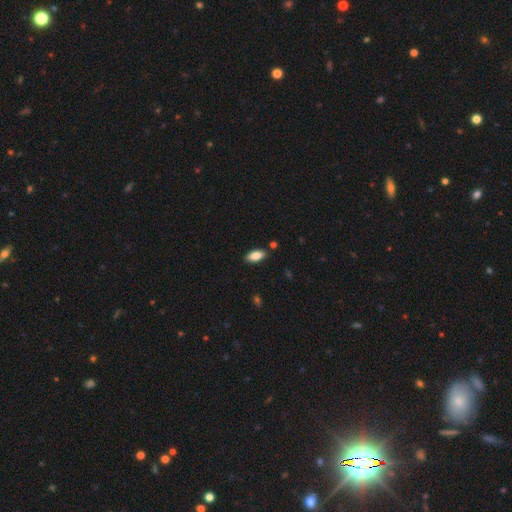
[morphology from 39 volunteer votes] Overall: smooth (82%). How rounded: in between (94%). Merging: none (94%).